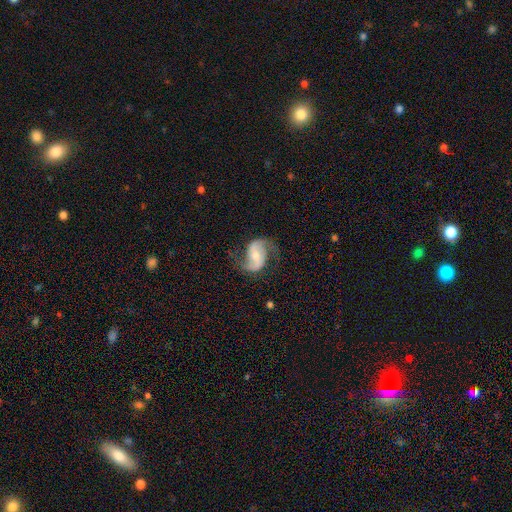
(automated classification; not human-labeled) Smooth or featured? featured or disk (84%)
Edge-on disk? no (97%)
Bar? weak (42%)
Spiral arms? yes (95%)
Spiral winding? loose (49%)
Spiral arm count? 2 (92%)
Bulge size? moderate (58%)
Merging? none (71%)